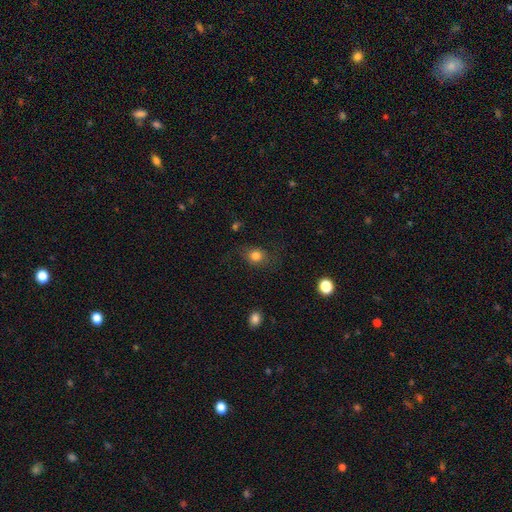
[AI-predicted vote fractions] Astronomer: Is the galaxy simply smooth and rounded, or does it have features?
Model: smooth — 80%.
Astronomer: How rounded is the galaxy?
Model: round — 62%.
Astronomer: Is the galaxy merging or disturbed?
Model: none — 72%.